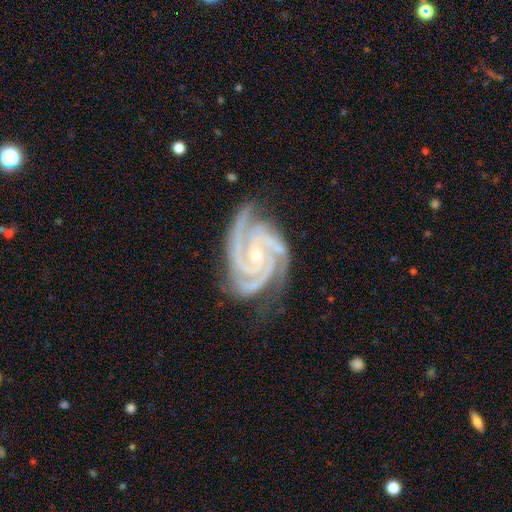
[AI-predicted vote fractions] Smooth or featured? featured or disk (94%)
Edge-on disk? no (98%)
Bar? no (62%)
Spiral arms? yes (99%)
Spiral winding? tight (70%)
Spiral arm count? 3 (65%)
Bulge size? small (70%)
Merging? none (72%)